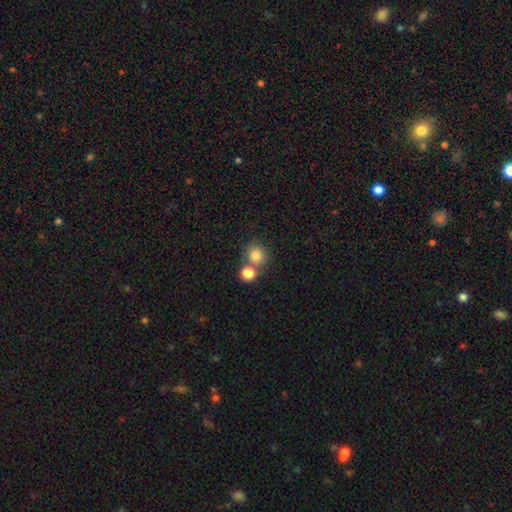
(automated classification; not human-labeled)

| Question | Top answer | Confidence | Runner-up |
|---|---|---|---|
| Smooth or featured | smooth | 82% | star or artifact (11%) |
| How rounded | round | 86% | in between (13%) |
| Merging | none | 50% | merger (40%) |